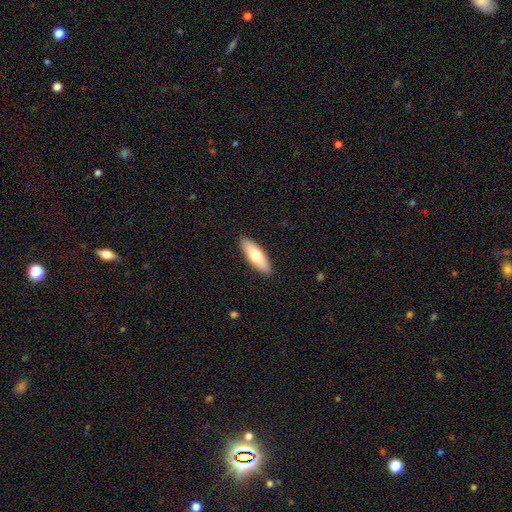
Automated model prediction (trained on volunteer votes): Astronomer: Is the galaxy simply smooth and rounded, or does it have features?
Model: smooth — 70%.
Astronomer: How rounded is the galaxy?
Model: in between — 56% (runner-up: cigar-shaped, 42%).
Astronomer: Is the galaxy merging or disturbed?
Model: none — 90%.